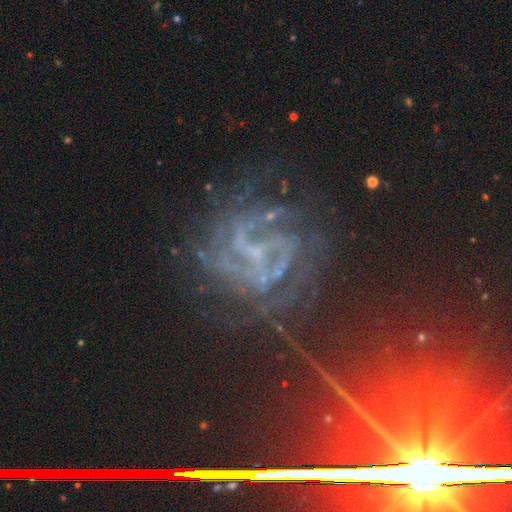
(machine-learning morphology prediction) A featured or disk galaxy (66%) with no bar (37%), 2 (30%) tight (45%) spiral arms (91%) and a small central bulge (62%). Merging: none (65%).